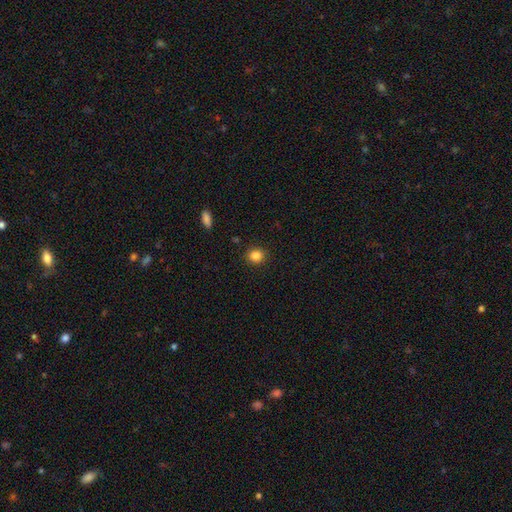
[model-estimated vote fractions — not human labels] Smooth or featured?
  - smooth: 86% *
  - star or artifact: 11%
  - featured or disk: 4%
How rounded?
  - round: 82% *
  - in between: 17%
  - cigar-shaped: 1%
Merging?
  - none: 90% *
  - minor disturbance: 7%
  - major disturbance: 2%
  - merger: 1%